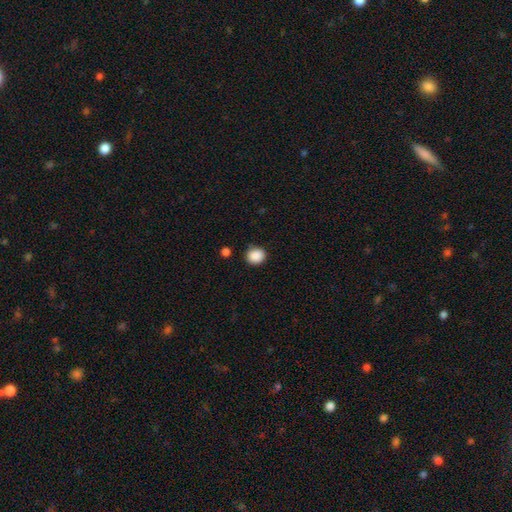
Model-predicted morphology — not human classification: This is clearly a smooth galaxy (88%). How rounded: likely round (75%). Merging: clearly none (85%).